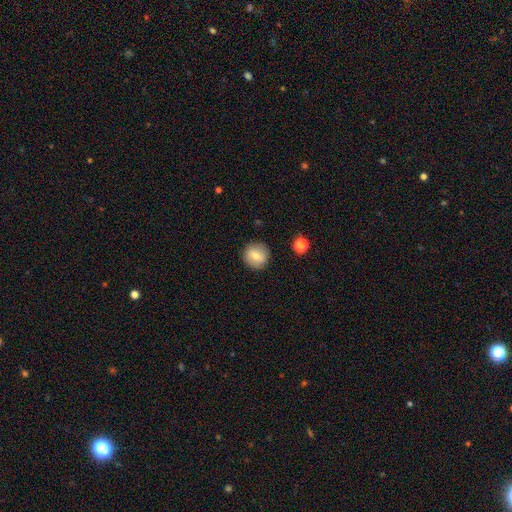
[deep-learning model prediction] This appears to be a smooth galaxy with no disk features (71%) that is round (93%). Merging: none (90%).